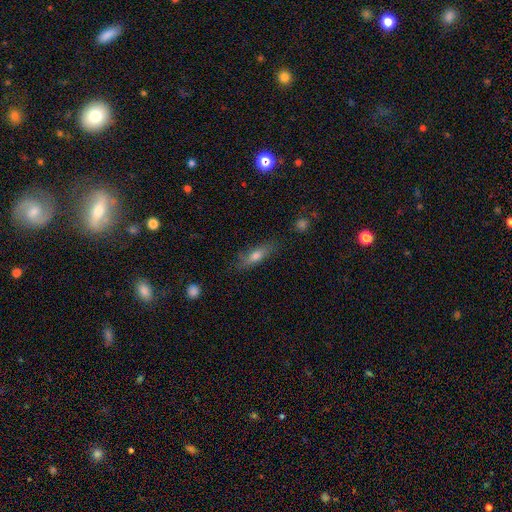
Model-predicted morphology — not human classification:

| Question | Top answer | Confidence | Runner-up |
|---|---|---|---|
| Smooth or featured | smooth | 67% | featured or disk (25%) |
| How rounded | cigar-shaped | 51% | in between (46%) |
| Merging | none | 76% | minor disturbance (18%) |